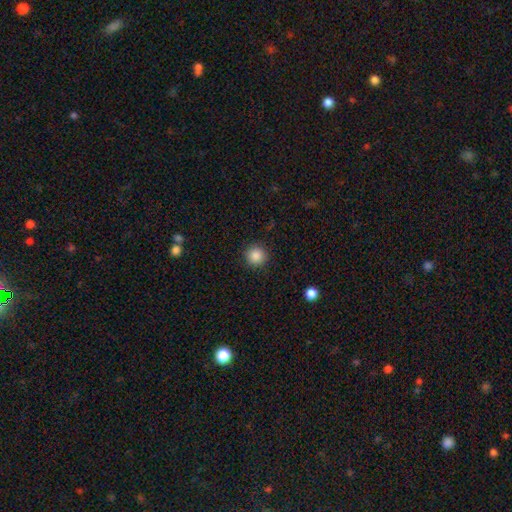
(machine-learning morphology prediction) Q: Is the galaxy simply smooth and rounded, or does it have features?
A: smooth — 87%.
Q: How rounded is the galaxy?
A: round — 95%.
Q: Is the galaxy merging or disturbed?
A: none — 91%.